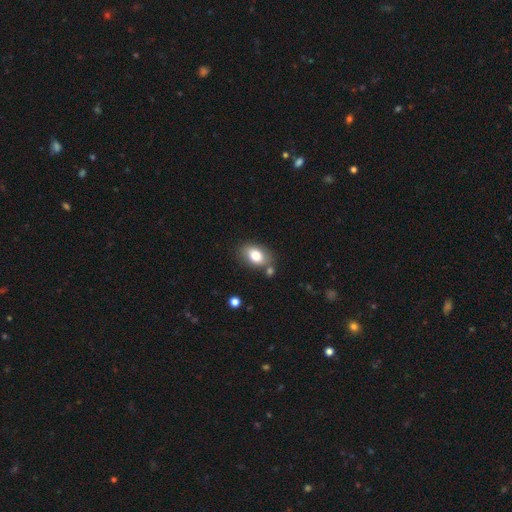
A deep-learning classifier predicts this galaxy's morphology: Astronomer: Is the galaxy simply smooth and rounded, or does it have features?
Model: smooth — 78%.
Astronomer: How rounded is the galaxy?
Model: in between — 83%.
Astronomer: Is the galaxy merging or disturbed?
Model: none — 70%.